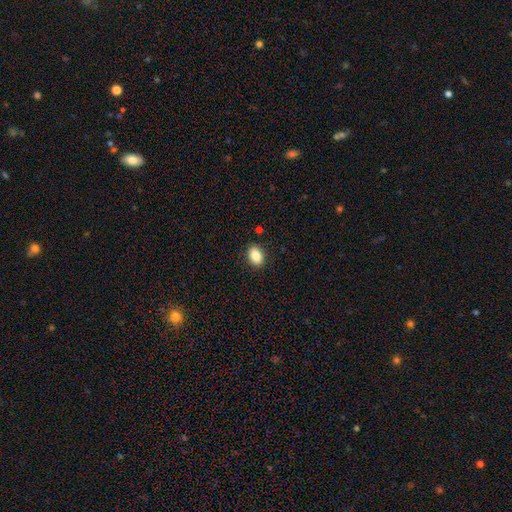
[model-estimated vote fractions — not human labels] smooth 85%, star or artifact 8%, featured or disk 6%. Down the decision tree: how rounded — in between (81%); merging — none (88%).